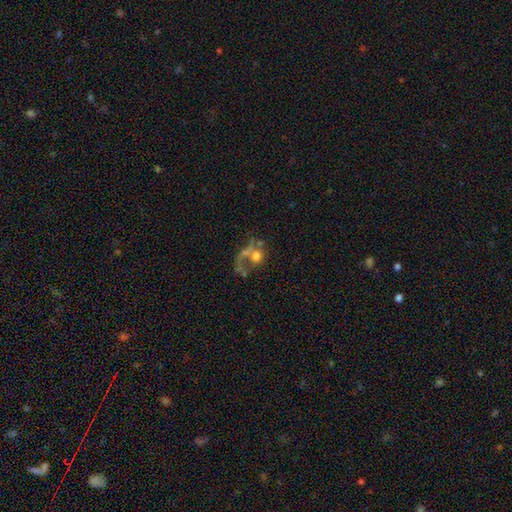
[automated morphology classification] smooth 44%, featured or disk 40%, star or artifact 15%. Down the decision tree: merging — merger (33%).